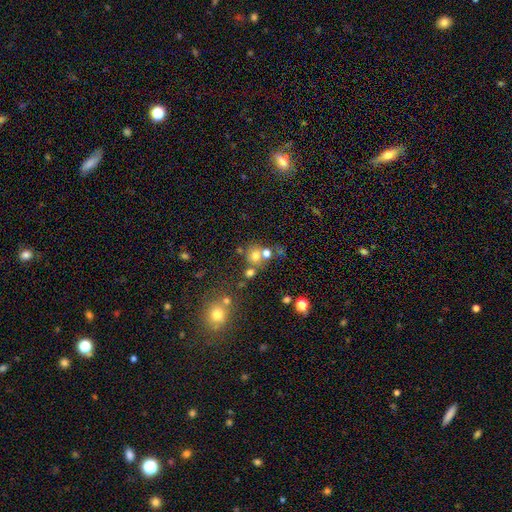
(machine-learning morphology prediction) smooth_or_featured: smooth (p=0.67) [alt: star or artifact p=0.20]
how_rounded: round (p=0.83) [alt: in between p=0.16]
merging: none (p=0.54) [alt: merger p=0.33]